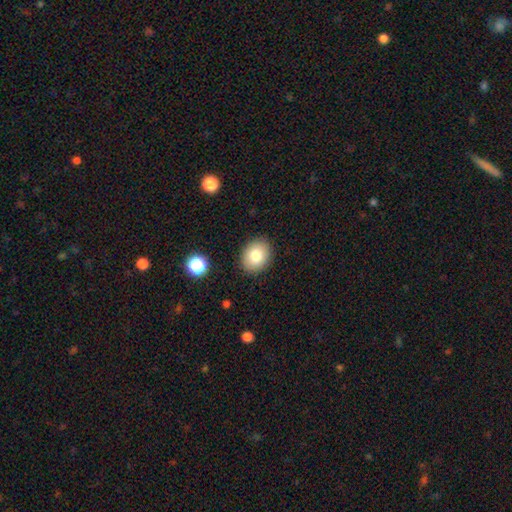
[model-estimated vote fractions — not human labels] A smooth galaxy with no disk features (81%) that is in between round and cigar-shaped (50%).

Vote fractions:
- Smooth or featured? smooth: 81% / featured or disk: 10% / star or artifact: 9%
- How rounded? in between: 50% / round: 49% / cigar-shaped: 1%
- Merging? none: 88% / minor disturbance: 8% / major disturbance: 2% / merger: 1%